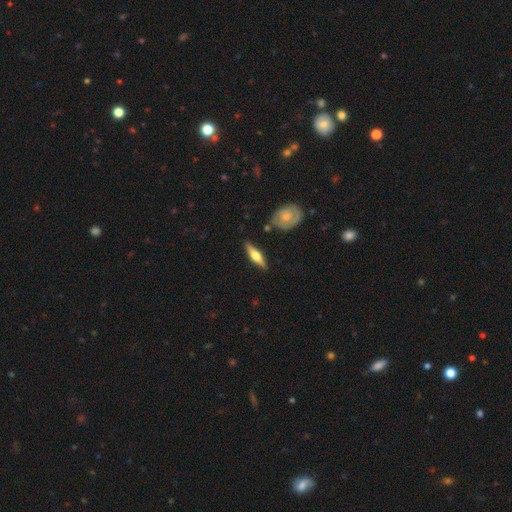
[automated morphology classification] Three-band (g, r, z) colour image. It shows a featured or disk galaxy (62%) viewed edge-on (95%) with a rounded central bulge (92%). Merging: none (86%).